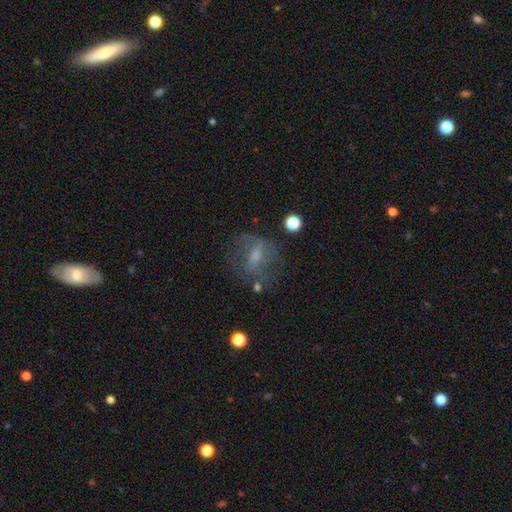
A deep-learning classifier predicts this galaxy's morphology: This is possibly a featured or disk galaxy (49%). Merging: possibly none (54%).